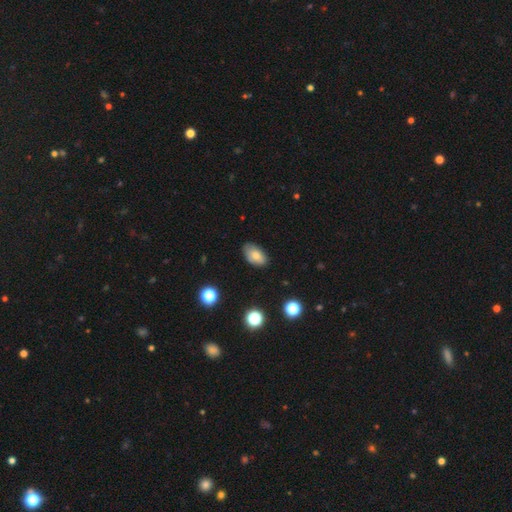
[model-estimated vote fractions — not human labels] smooth 77%, featured or disk 14%, star or artifact 9%. Down the decision tree: how rounded — in between (92%); merging — none (78%).